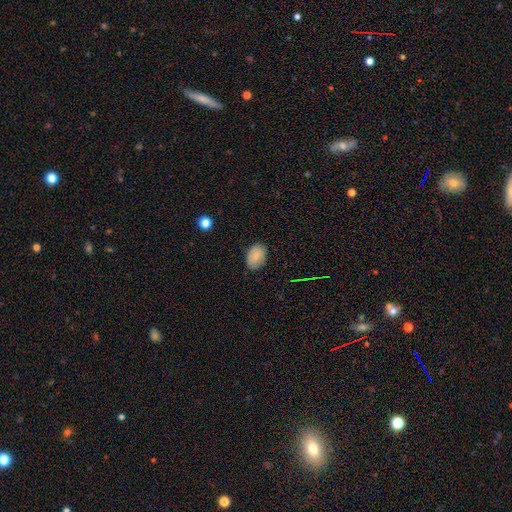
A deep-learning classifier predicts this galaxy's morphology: A smooth galaxy with no disk features (83%) that is in between round and cigar-shaped (81%). Merging: none (83%).